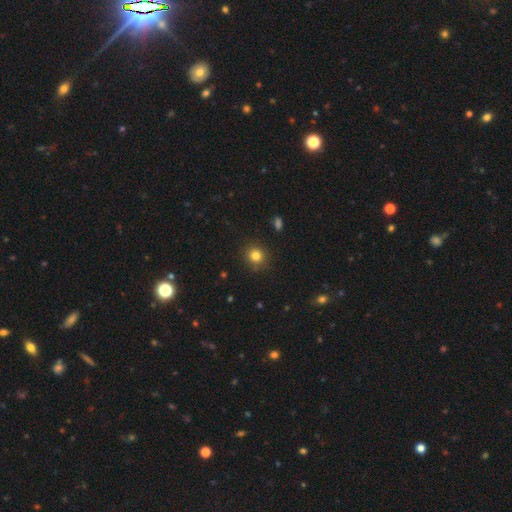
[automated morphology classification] A smooth galaxy with no disk features (82%) that is round (89%). Merging: none (89%).